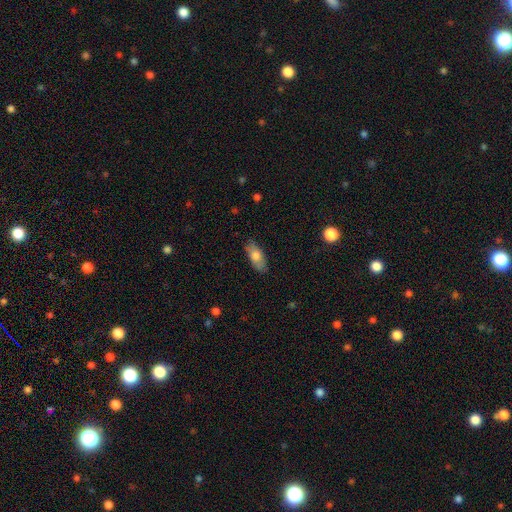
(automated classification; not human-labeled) Overall: smooth (73%). How rounded: in between (83%). Merging: none (81%).